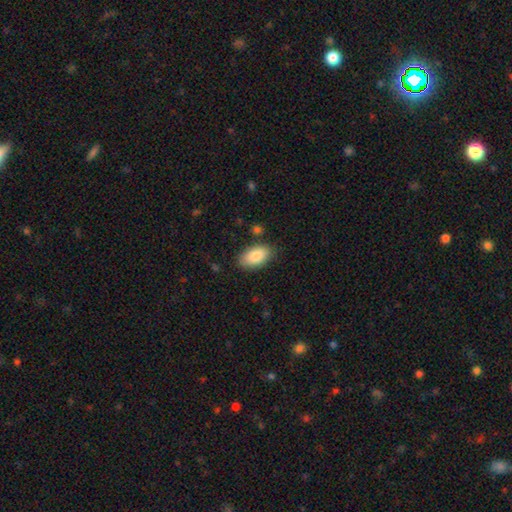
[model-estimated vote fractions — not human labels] This appears to be a smooth galaxy with no disk features (87%) that is in between round and cigar-shaped (94%). Merging: none (82%).